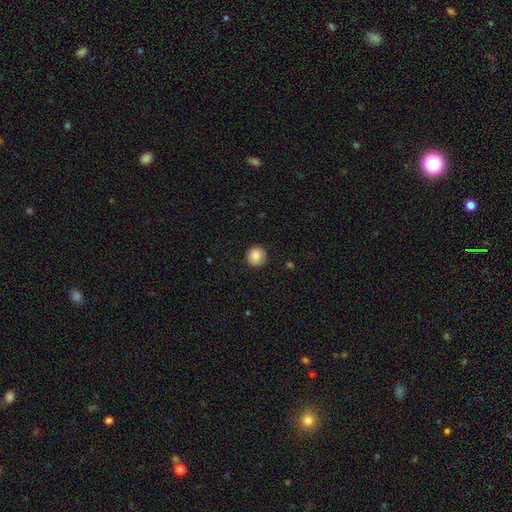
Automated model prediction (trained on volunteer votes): smooth_or_featured: smooth (p=0.88) [alt: star or artifact p=0.08]
how_rounded: round (p=0.95) [alt: in between p=0.04]
merging: none (p=0.90) [alt: minor disturbance p=0.07]